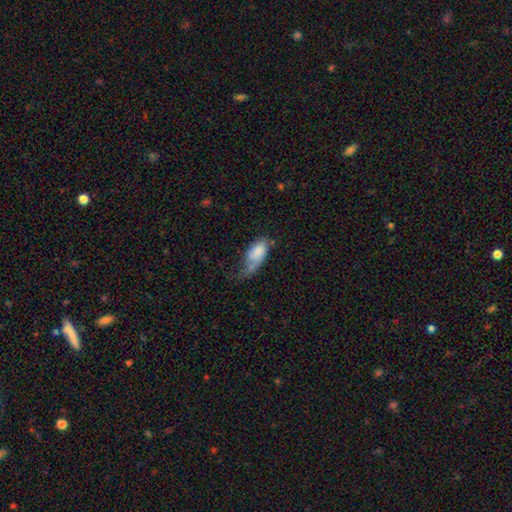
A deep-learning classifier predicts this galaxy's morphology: This appears to be a smooth galaxy with no disk features (71%) that is in between round and cigar-shaped (90%). Merging: major disturbance (39%).